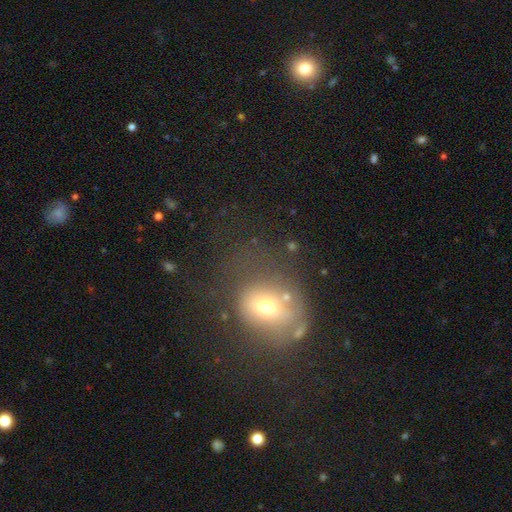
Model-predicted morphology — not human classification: smooth-or-featured: smooth: 48% | featured or disk: 28% | star or artifact: 23%
  merging: none: 51% | major disturbance: 22% | minor disturbance: 21% | merger: 5%